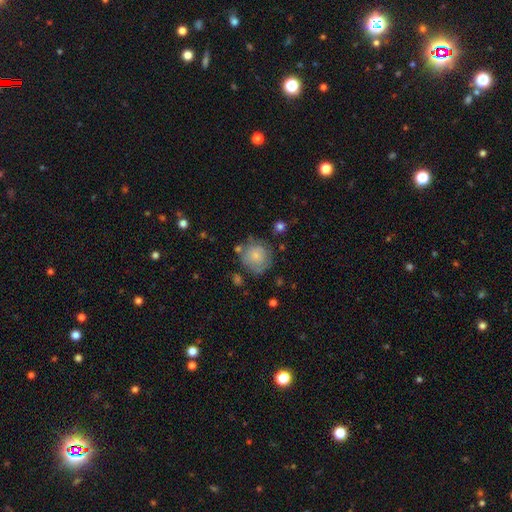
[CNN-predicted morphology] Overall: smooth (70%). How rounded: round (88%). Merging: none (63%).